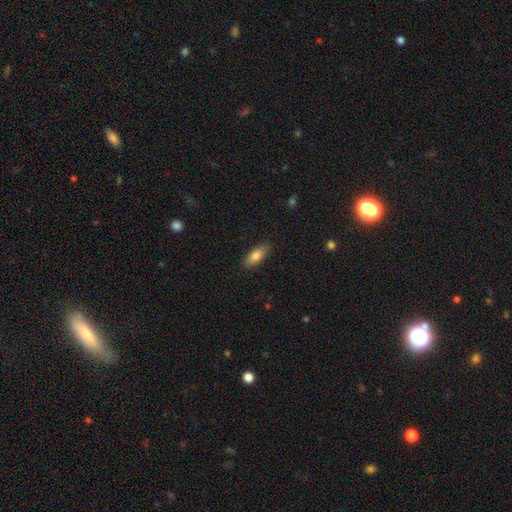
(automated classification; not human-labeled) A smooth galaxy with no disk features (81%) that is in between round and cigar-shaped (74%). Merging: none (86%).